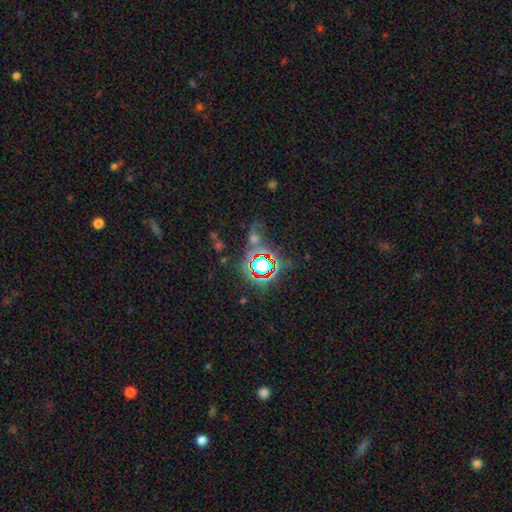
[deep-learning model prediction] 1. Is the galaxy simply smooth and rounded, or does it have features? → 71% star or artifact, 18% smooth, 11% featured or disk.